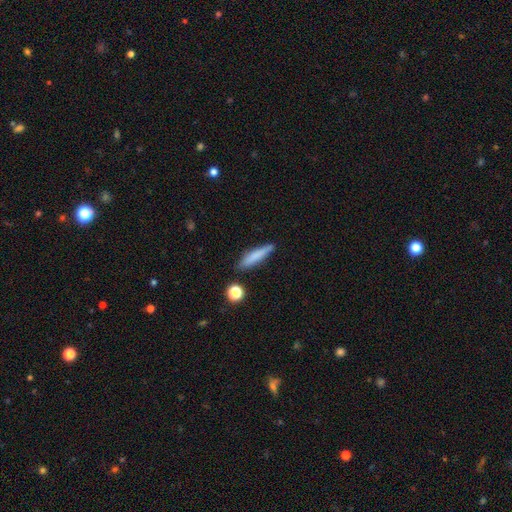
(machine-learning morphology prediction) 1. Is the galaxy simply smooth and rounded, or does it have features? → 75% smooth, 18% featured or disk, 7% star or artifact.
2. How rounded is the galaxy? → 86% cigar-shaped, 12% in between, 2% round.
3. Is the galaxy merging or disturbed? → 81% none, 13% minor disturbance, 3% merger, 3% major disturbance.